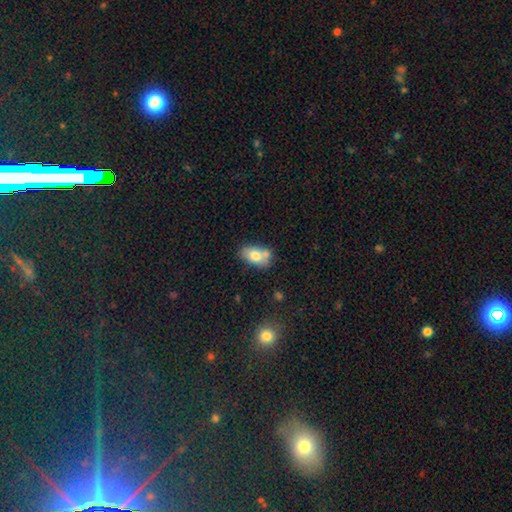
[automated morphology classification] Smooth or featured: smooth — 73% (featured or disk — 19%)
How rounded: in between — 88% (round — 10%)
Merging: none — 53% (merger — 24%)